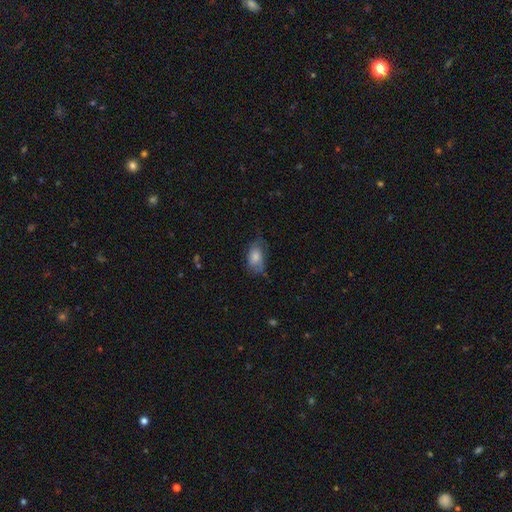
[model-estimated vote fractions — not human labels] smooth-or-featured: smooth: 64% | featured or disk: 25% | star or artifact: 10%
  how-rounded: in between: 86% | round: 11% | cigar-shaped: 3%
  merging: none: 53% | minor disturbance: 30% | major disturbance: 15% | merger: 2%